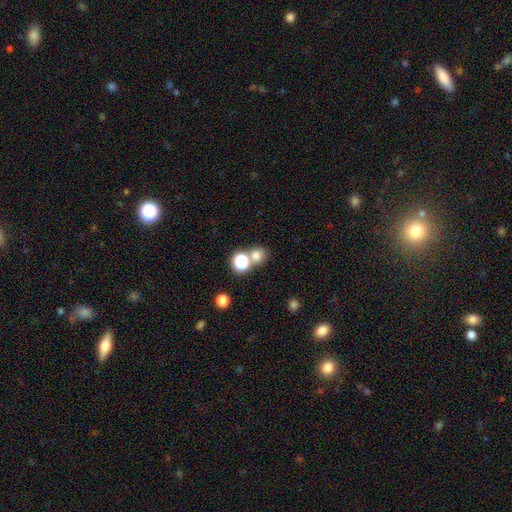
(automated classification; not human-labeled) Smooth or featured: smooth — 71% (star or artifact — 21%)
How rounded: round — 79% (in between — 20%)
Merging: none — 57% (merger — 32%)